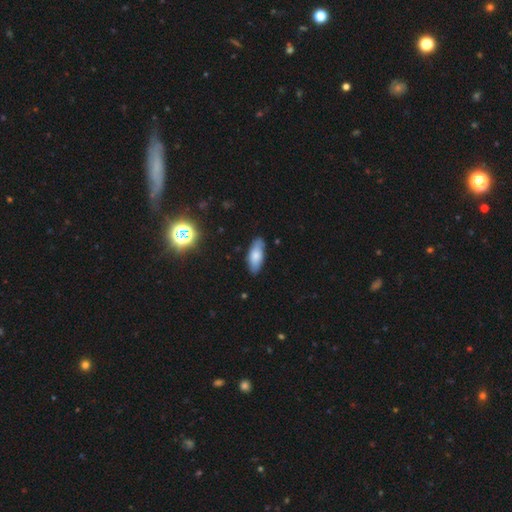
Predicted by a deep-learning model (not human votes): smooth 74%, featured or disk 18%, star or artifact 8%. Down the decision tree: how rounded — in between (80%); merging — none (82%).